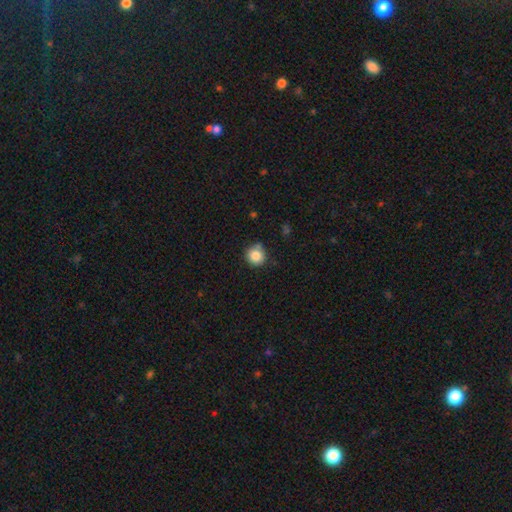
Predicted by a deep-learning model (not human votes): Smooth or featured? Predicted: smooth (p=0.85). How rounded? Predicted: round (p=0.92). Merging? Predicted: none (p=0.78).